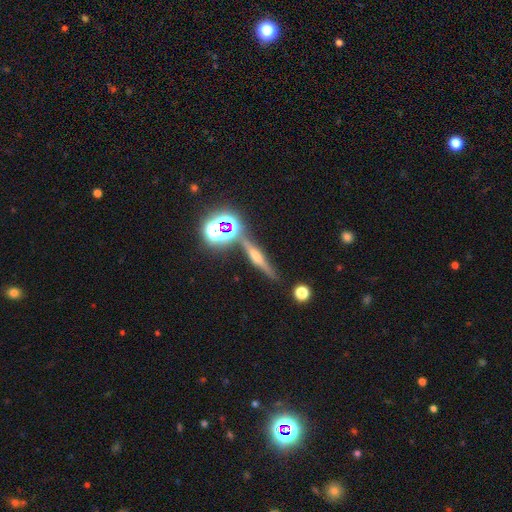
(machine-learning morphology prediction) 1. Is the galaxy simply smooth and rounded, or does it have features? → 61% featured or disk, 22% star or artifact, 18% smooth.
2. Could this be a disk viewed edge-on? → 94% yes, 6% no.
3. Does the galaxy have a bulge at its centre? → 88% rounded, 6% boxy, 5% none.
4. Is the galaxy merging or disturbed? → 84% none, 8% minor disturbance, 5% merger, 3% major disturbance.